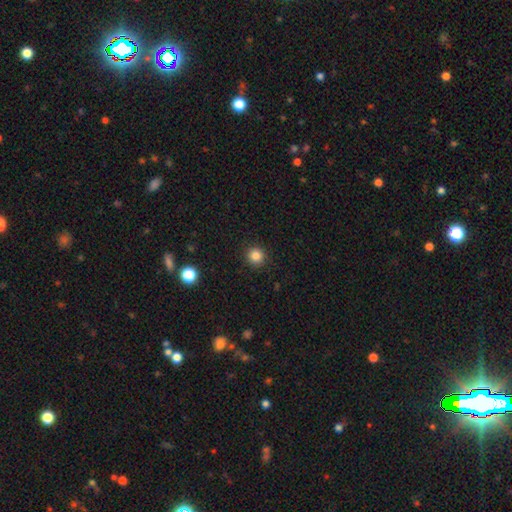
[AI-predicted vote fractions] Smooth or featured: smooth — 84% (star or artifact — 12%)
How rounded: round — 94% (in between — 5%)
Merging: none — 92% (minor disturbance — 5%)